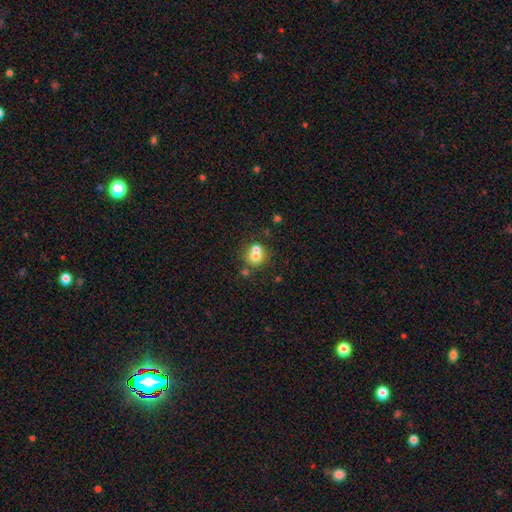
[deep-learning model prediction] Smooth or featured? smooth (70%)
How rounded? round (78%)
Merging? merger (50%)